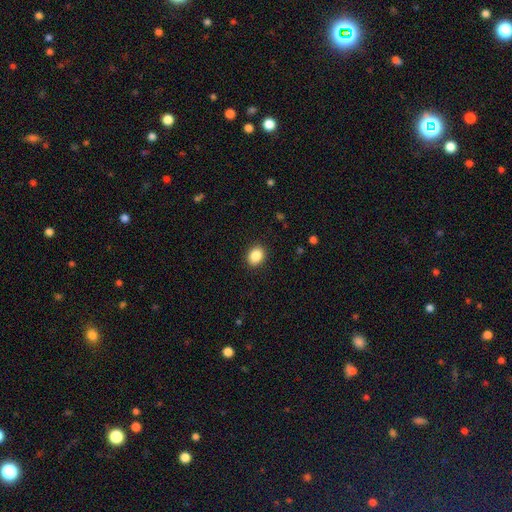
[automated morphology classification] type=smooth (87%); roundness=round (50%); merging=none (90%).